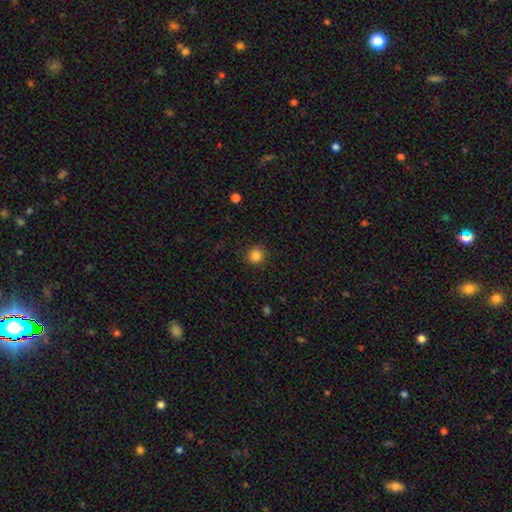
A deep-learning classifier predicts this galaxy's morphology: A smooth galaxy with no disk features (86%) that is round (93%).

Vote fractions:
- Smooth or featured? smooth: 86% / star or artifact: 11% / featured or disk: 3%
- How rounded? round: 93% / in between: 6% / cigar-shaped: 1%
- Merging? none: 90% / minor disturbance: 7% / major disturbance: 2% / merger: 1%